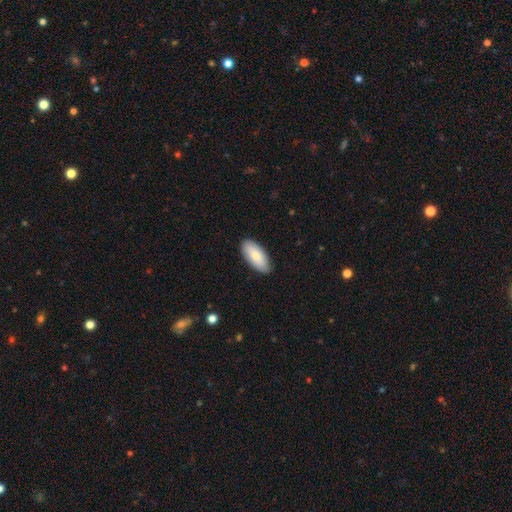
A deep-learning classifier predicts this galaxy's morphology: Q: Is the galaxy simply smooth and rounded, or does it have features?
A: smooth — 80%.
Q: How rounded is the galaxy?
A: in between — 89%.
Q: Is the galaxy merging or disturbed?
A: none — 85%.